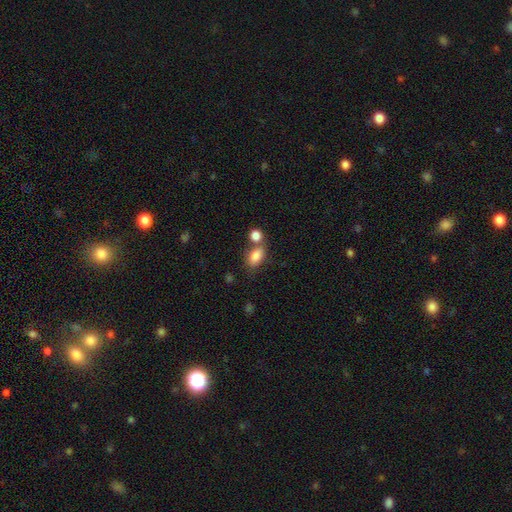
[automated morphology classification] A smooth galaxy with no disk features (84%) that is in between round and cigar-shaped (86%). Merging: none (54%).